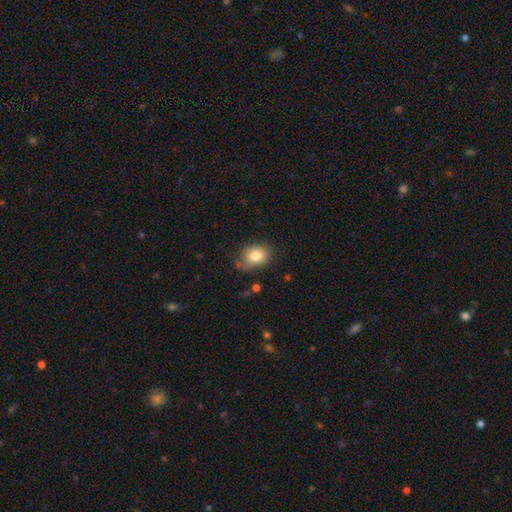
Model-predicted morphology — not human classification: smooth-or-featured: smooth: 83% | featured or disk: 9% | star or artifact: 9%
  how-rounded: in between: 67% | round: 32% | cigar-shaped: 1%
  merging: none: 67% | minor disturbance: 24% | major disturbance: 6% | merger: 4%